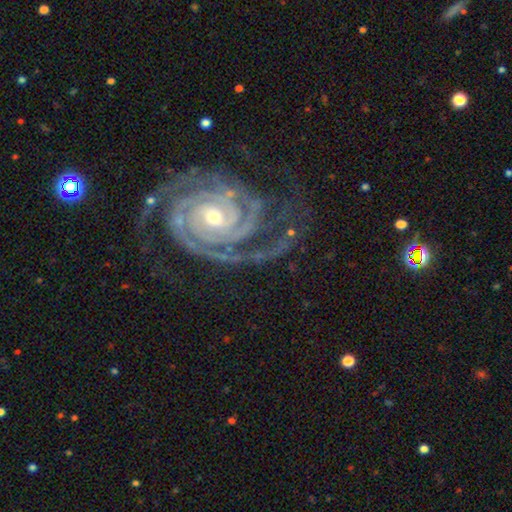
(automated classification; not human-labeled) featured or disk 91%, star or artifact 6%, smooth 3%. Down the decision tree: edge-on disk — no (97%); bar — no (60%); spiral arms — yes (99%); spiral arm count — 2 (39%); spiral winding — tight (78%); bulge size — small (58%); merging — none (74%).